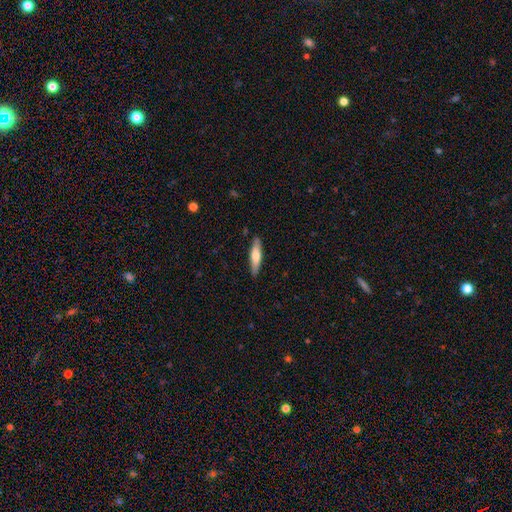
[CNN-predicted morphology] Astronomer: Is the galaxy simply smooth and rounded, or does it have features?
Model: smooth — 60% (runner-up: featured or disk, 35%).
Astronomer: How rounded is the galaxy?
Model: cigar-shaped — 77%.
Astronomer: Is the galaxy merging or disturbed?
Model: none — 88%.